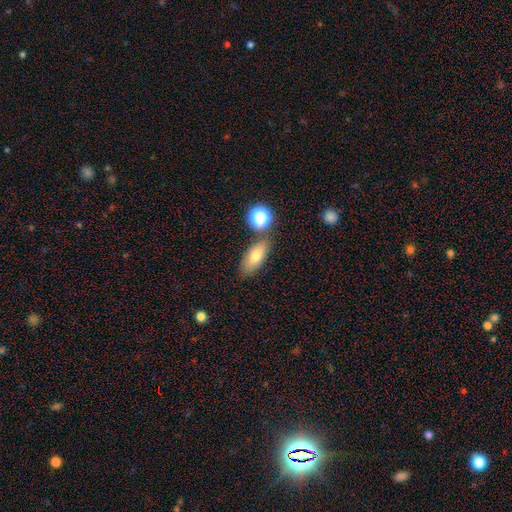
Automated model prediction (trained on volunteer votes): Smooth or featured?
  - smooth: 72% *
  - featured or disk: 18%
  - star or artifact: 10%
How rounded?
  - in between: 77% *
  - cigar-shaped: 16%
  - round: 7%
Merging?
  - none: 75% *
  - minor disturbance: 12%
  - merger: 9%
  - major disturbance: 3%